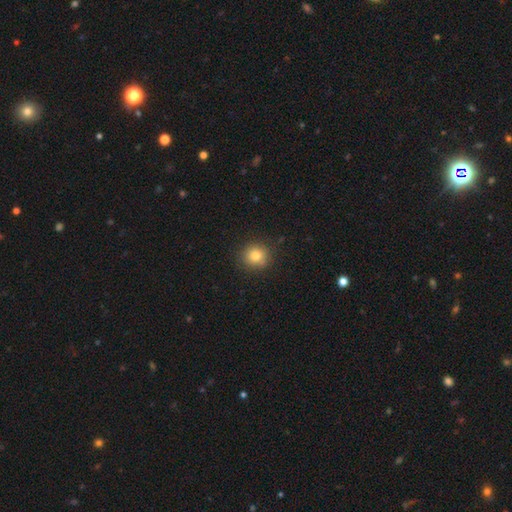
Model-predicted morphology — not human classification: Smooth or featured? Predicted: smooth (p=0.79). How rounded? Predicted: round (p=0.91). Merging? Predicted: none (p=0.88).